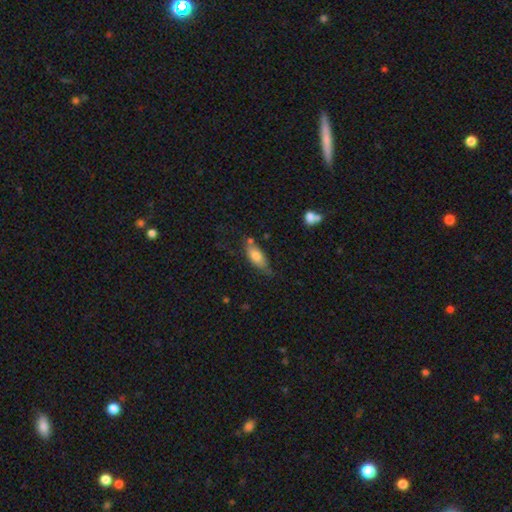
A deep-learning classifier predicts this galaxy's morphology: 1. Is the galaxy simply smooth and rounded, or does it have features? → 74% smooth, 19% featured or disk, 7% star or artifact.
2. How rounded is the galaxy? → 77% in between, 20% cigar-shaped, 3% round.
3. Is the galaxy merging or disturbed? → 58% none, 27% minor disturbance, 9% merger, 7% major disturbance.